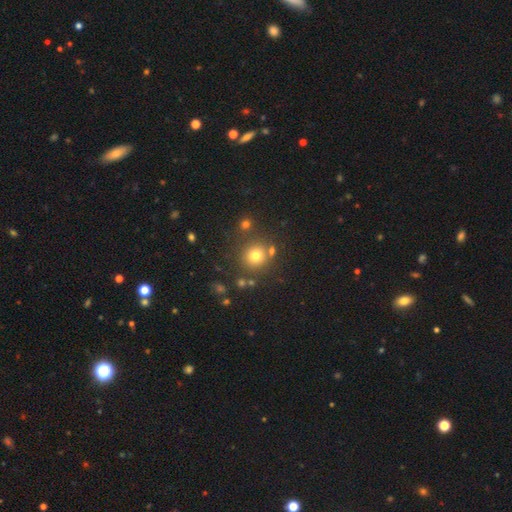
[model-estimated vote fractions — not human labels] Smooth or featured: smooth — 74% (star or artifact — 17%)
How rounded: round — 91% (in between — 8%)
Merging: none — 79% (merger — 9%)